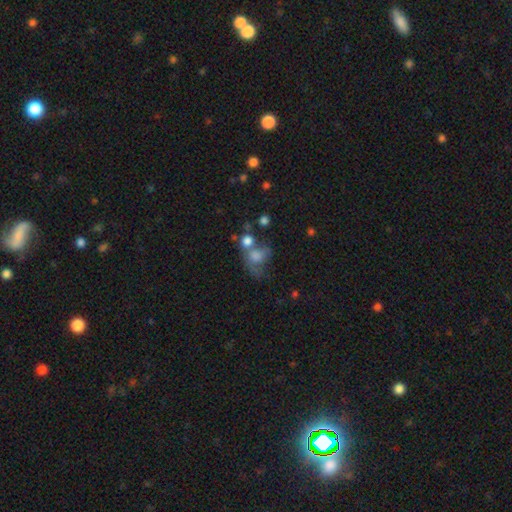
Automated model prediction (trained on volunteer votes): Smooth or featured: smooth — 63% (featured or disk — 23%)
How rounded: round — 52% (in between — 46%)
Merging: merger — 33% (major disturbance — 27%)